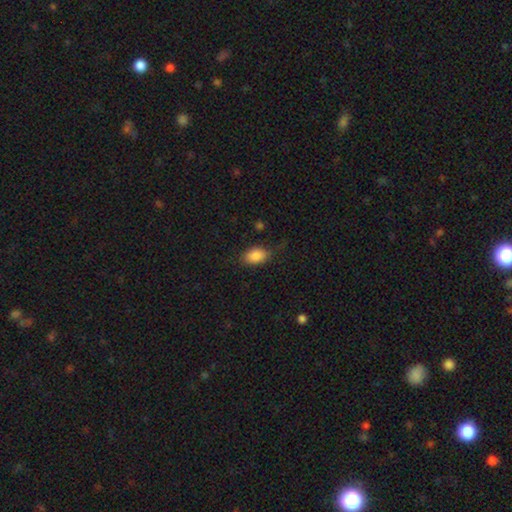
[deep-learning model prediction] Q: Smooth or featured?
A: smooth (87%); runner-up: star or artifact (8%)
Q: How rounded?
A: in between (89%); runner-up: round (9%)
Q: Merging?
A: none (78%); runner-up: minor disturbance (16%)